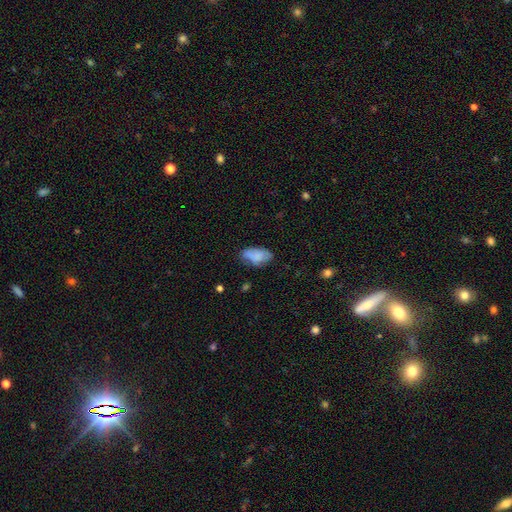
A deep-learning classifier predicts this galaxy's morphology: A smooth galaxy with no disk features (79%) that is in between round and cigar-shaped (93%).

Vote fractions:
- Smooth or featured? smooth: 79% / featured or disk: 13% / star or artifact: 8%
- How rounded? in between: 93% / cigar-shaped: 4% / round: 3%
- Merging? none: 60% / minor disturbance: 30% / major disturbance: 8% / merger: 3%